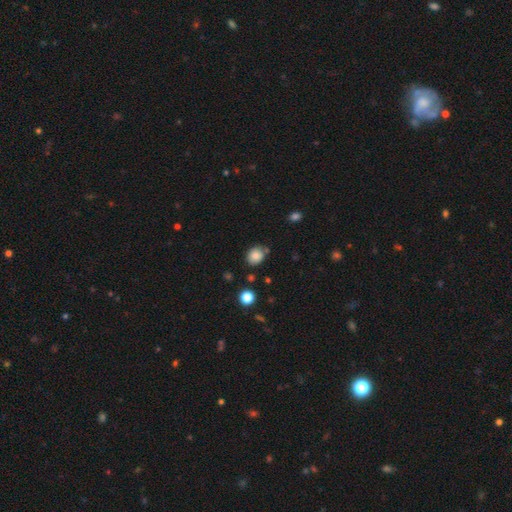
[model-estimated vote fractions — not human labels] smooth_or_featured: smooth (p=0.82) [alt: star or artifact p=0.11]
how_rounded: round (p=0.61) [alt: in between p=0.38]
merging: none (p=0.74) [alt: minor disturbance p=0.15]